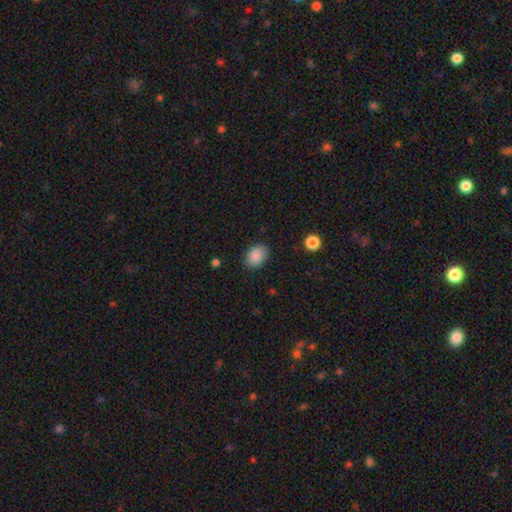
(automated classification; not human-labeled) smooth_or_featured: smooth (p=0.88) [alt: star or artifact p=0.08]
how_rounded: in between (p=0.75) [alt: round p=0.24]
merging: none (p=0.84) [alt: minor disturbance p=0.12]